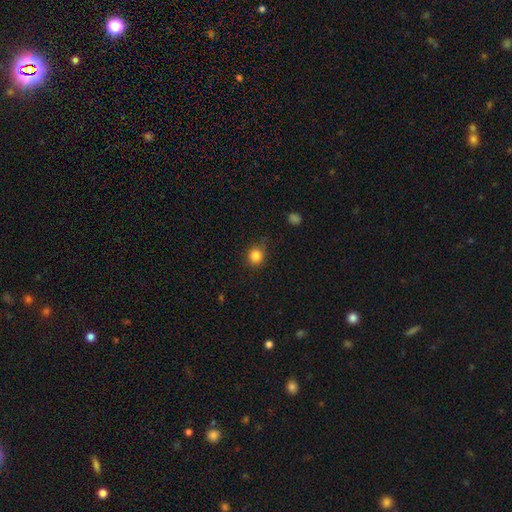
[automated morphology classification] smooth 84%, star or artifact 12%, featured or disk 5%. Down the decision tree: how rounded — round (87%); merging — none (81%).